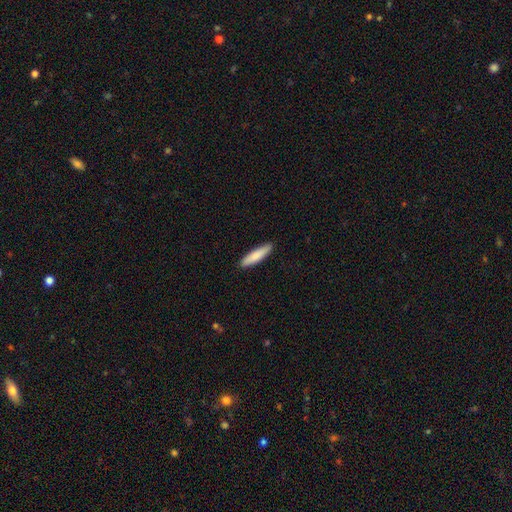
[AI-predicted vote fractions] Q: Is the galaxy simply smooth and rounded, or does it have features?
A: smooth — 82%.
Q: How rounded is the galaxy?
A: cigar-shaped — 82%.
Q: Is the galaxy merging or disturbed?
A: none — 90%.